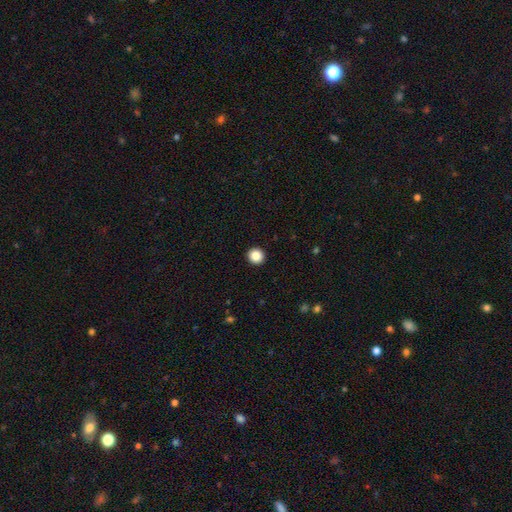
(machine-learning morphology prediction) The model was most divided on "smooth or featured": smooth: 87%, star or artifact: 10%, featured or disk: 3%. More confident: how rounded — round (94%); merging — none (94%).